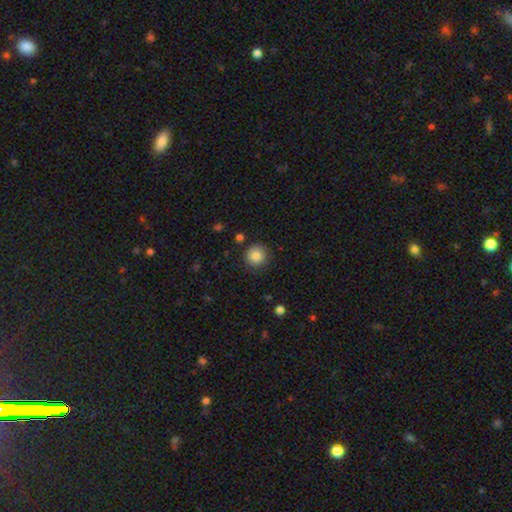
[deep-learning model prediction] smooth-or-featured: smooth: 85% | star or artifact: 9% | featured or disk: 6%
  how-rounded: round: 94% | in between: 5% | cigar-shaped: 1%
  merging: none: 87% | minor disturbance: 9% | major disturbance: 2% | merger: 2%